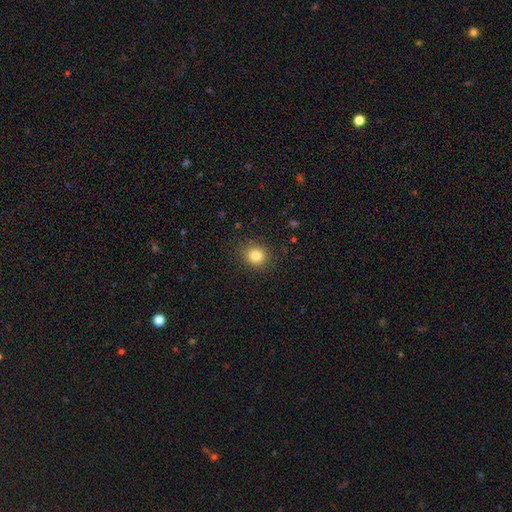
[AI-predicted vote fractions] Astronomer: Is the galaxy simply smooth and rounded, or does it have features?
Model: smooth — 82%.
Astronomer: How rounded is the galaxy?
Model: round — 83%.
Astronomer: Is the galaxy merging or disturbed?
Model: none — 88%.